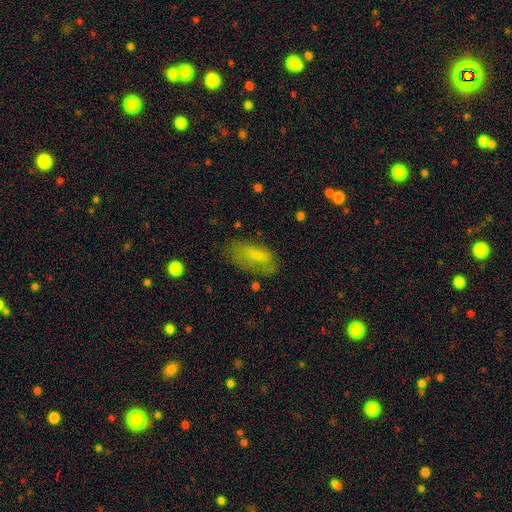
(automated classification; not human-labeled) smooth-or-featured: smooth: 69% | featured or disk: 21% | star or artifact: 10%
  how-rounded: in between: 78% | cigar-shaped: 18% | round: 3%
  merging: none: 55% | minor disturbance: 26% | major disturbance: 17% | merger: 3%